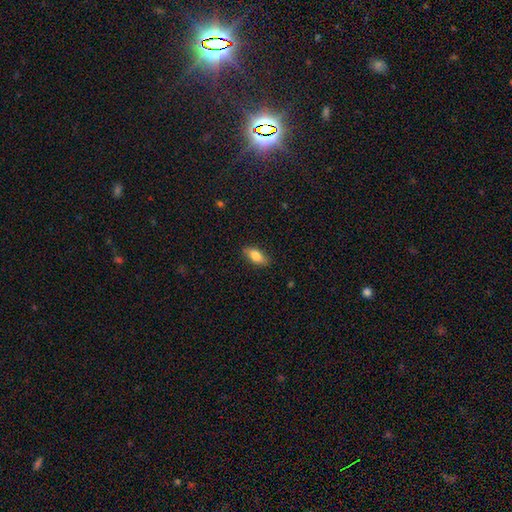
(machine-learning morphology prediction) This is likely a smooth galaxy (78%). How rounded: clearly in between (83%). Merging: clearly none (85%).